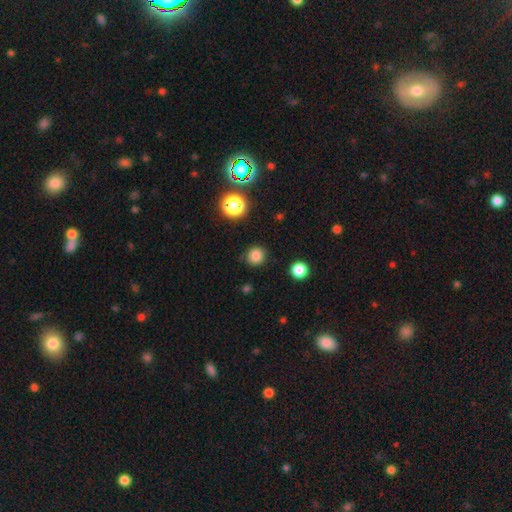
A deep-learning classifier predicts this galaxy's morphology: A smooth galaxy with no disk features (82%) that is round (92%). Merging: none (87%).